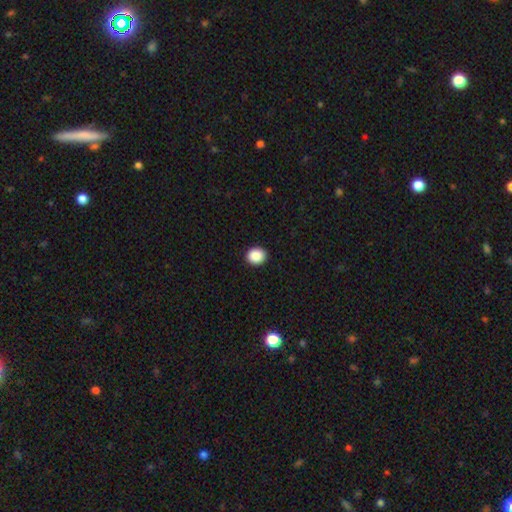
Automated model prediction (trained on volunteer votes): This appears to be a smooth galaxy with no disk features (89%) that is round (75%). Merging: none (92%).